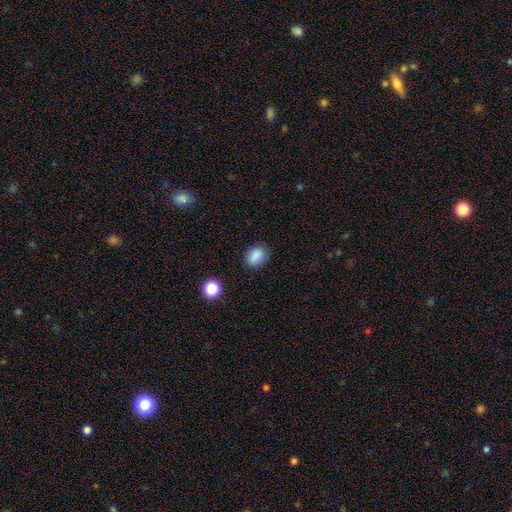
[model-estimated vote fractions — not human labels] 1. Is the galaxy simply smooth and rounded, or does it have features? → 86% smooth, 10% star or artifact, 4% featured or disk.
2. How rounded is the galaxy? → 69% in between, 29% round, 1% cigar-shaped.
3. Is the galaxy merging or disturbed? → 81% none, 14% minor disturbance, 3% major disturbance, 2% merger.